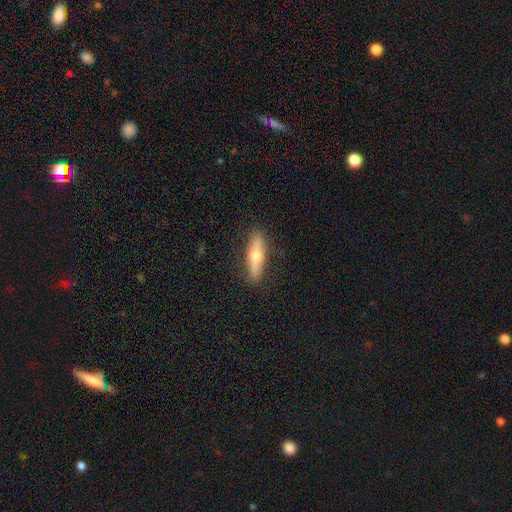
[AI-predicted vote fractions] Q: Smooth or featured?
A: smooth (50%); runner-up: featured or disk (44%)
Q: Merging?
A: none (86%); runner-up: minor disturbance (10%)